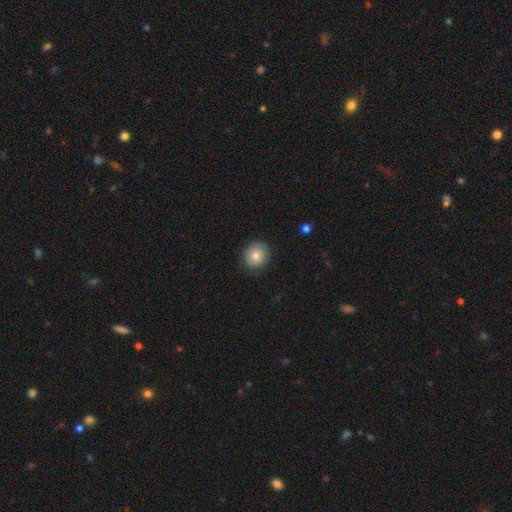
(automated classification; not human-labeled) This is likely a smooth galaxy (74%). How rounded: clearly round (84%). Merging: clearly none (85%).